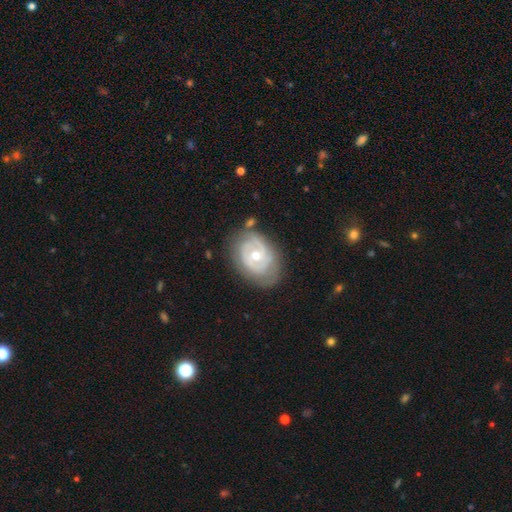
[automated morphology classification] Smooth or featured?
  - featured or disk: 75% *
  - smooth: 20%
  - star or artifact: 5%
Edge-on disk?
  - no: 96% *
  - yes: 4%
Bar?
  - no: 73% *
  - weak: 21%
  - strong: 5%
Spiral arms?
  - yes: 73% *
  - no: 27%
Spiral winding?
  - tight: 66% *
  - medium: 25%
  - loose: 9%
Spiral arm count?
  - 2: 40% *
  - can't tell: 37%
  - 3: 10%
  - 1: 7%
  - 4: 3%
  - more than 4: 2%
Bulge size?
  - moderate: 58% *
  - small: 39%
  - large: 2%
  - none: 1%
  - dominant: 1%
Merging?
  - none: 66% *
  - minor disturbance: 22%
  - major disturbance: 8%
  - merger: 3%